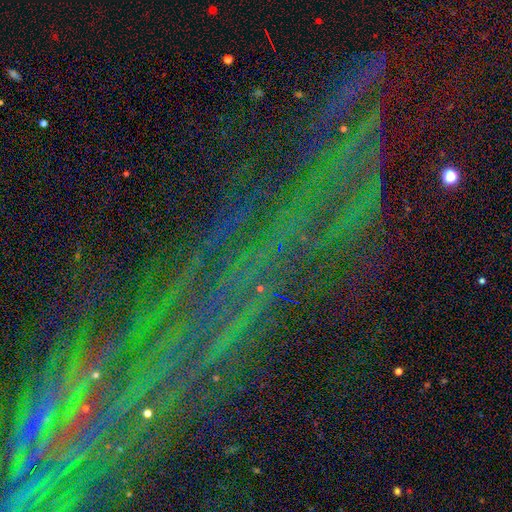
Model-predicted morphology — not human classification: This appears to be a star or artifact, not a galaxy (81%).